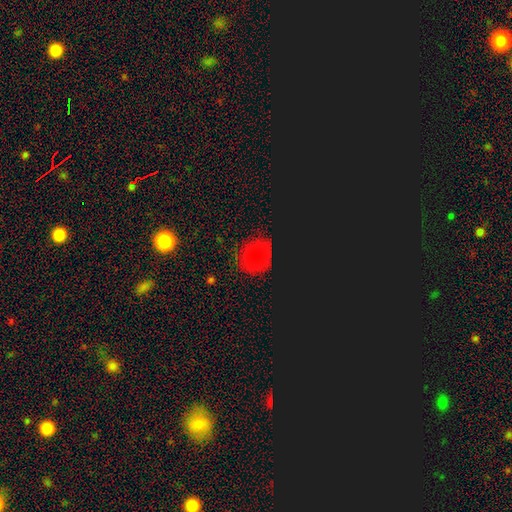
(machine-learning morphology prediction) A smooth galaxy with no disk features (67%) that is round (78%). Merging: none (77%).